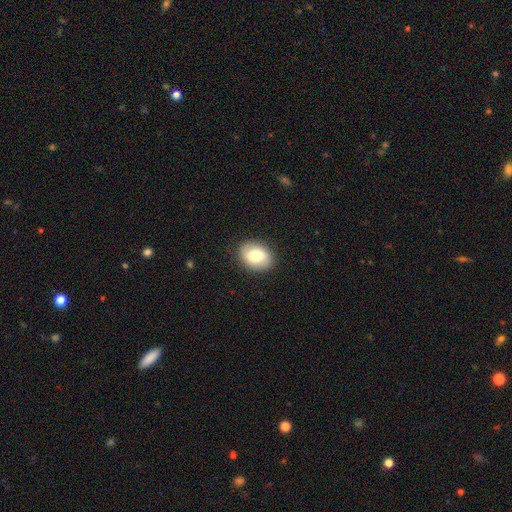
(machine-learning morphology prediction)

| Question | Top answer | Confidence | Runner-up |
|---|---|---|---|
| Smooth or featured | smooth | 71% | featured or disk (22%) |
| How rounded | in between | 70% | round (29%) |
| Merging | none | 86% | minor disturbance (10%) |